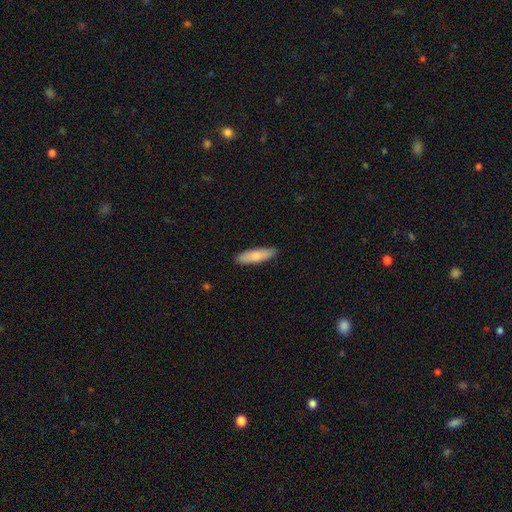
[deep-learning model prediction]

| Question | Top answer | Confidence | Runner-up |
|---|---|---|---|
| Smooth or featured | smooth | 80% | featured or disk (15%) |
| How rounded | cigar-shaped | 59% | in between (39%) |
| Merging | none | 88% | minor disturbance (9%) |